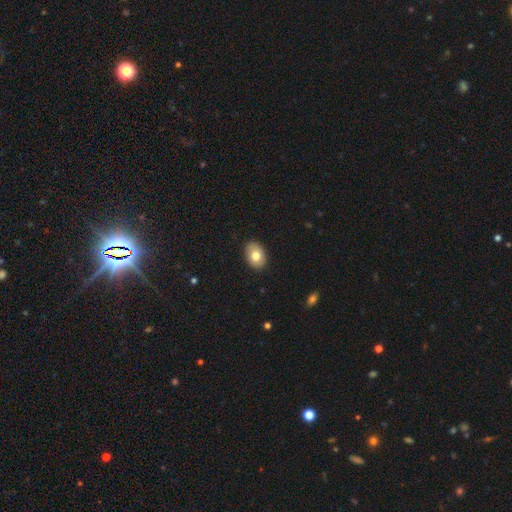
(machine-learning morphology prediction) type=smooth (77%); roundness=in between (79%); merging=none (88%).